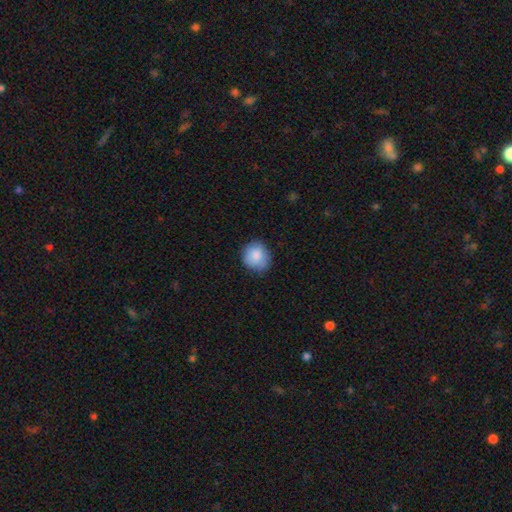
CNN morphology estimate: Smooth or featured?
  - smooth: 86% *
  - star or artifact: 7%
  - featured or disk: 6%
How rounded?
  - round: 82% *
  - in between: 17%
  - cigar-shaped: 1%
Merging?
  - none: 80% *
  - minor disturbance: 16%
  - major disturbance: 3%
  - merger: 1%